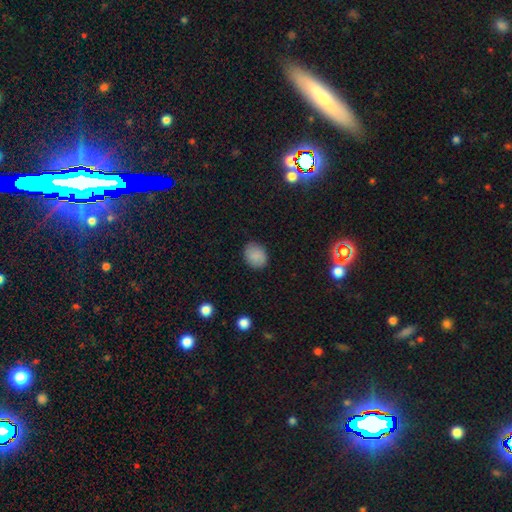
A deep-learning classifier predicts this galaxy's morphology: Overall: smooth (85%). How rounded: round (52%; in between 48%). Merging: none (85%).